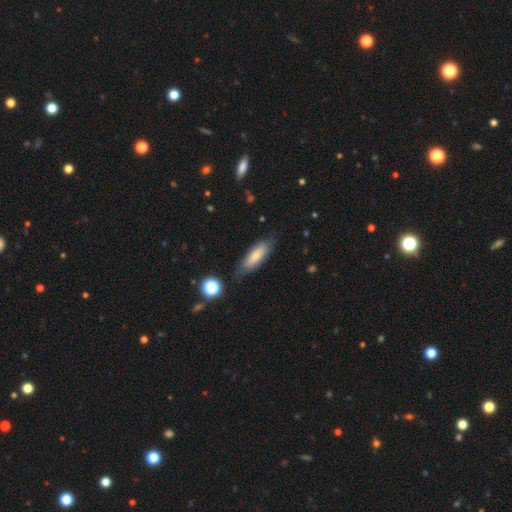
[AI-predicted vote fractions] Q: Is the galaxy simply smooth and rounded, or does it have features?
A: smooth — 75%.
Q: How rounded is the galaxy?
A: in between — 52%.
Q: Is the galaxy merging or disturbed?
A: none — 76%.